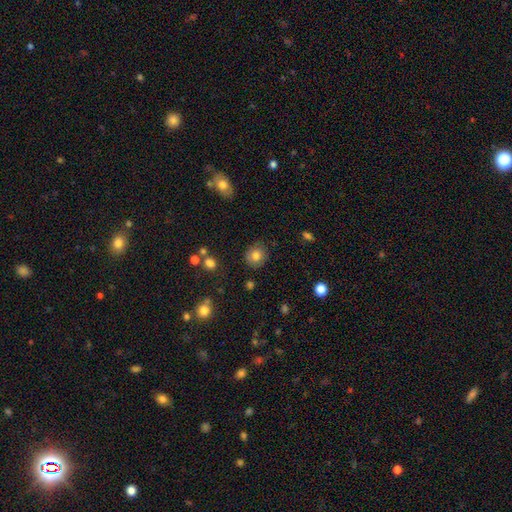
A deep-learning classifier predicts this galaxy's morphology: smooth 80%, star or artifact 11%, featured or disk 9%. Down the decision tree: how rounded — round (85%); merging — none (86%).